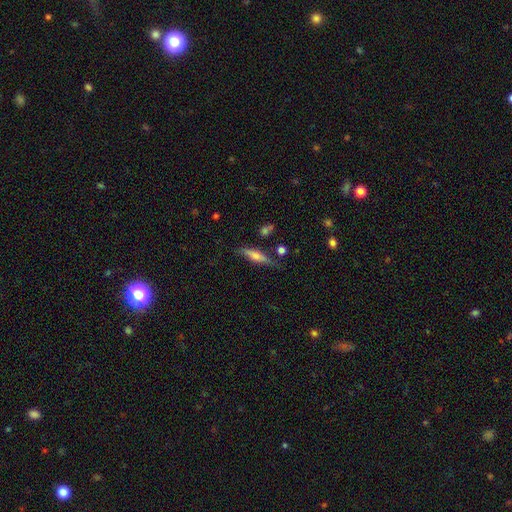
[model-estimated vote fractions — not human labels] Smooth or featured? Predicted: featured or disk (p=0.47). Merging? Predicted: none (p=0.70).